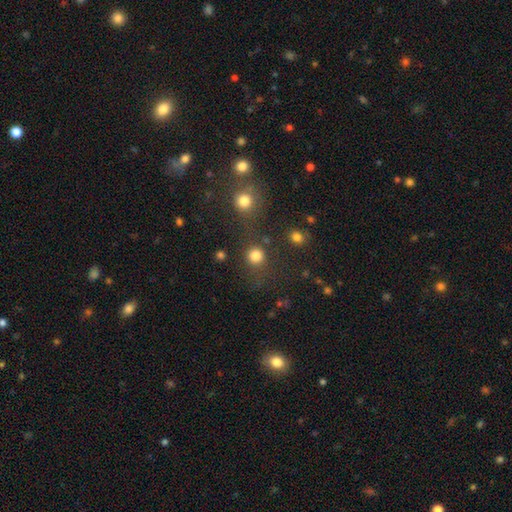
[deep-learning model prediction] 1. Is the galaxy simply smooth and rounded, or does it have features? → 82% smooth, 13% star or artifact, 4% featured or disk.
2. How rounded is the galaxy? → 92% round, 7% in between, 1% cigar-shaped.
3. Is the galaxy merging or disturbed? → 78% none, 9% merger, 8% minor disturbance, 5% major disturbance.